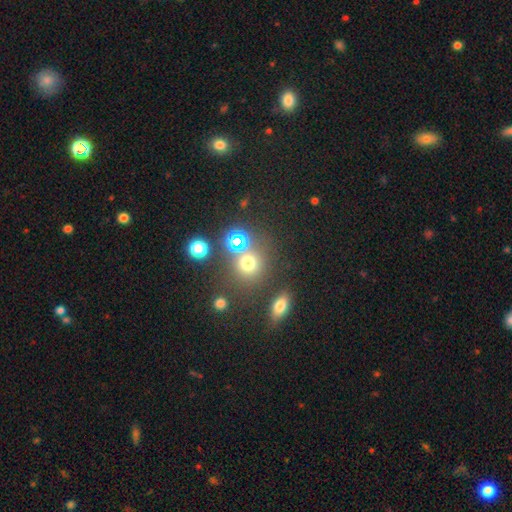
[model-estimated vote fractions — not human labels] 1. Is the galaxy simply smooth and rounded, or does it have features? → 54% smooth, 32% star or artifact, 14% featured or disk.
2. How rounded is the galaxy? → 81% round, 18% in between, 1% cigar-shaped.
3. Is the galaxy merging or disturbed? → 55% none, 32% merger, 8% minor disturbance, 4% major disturbance.